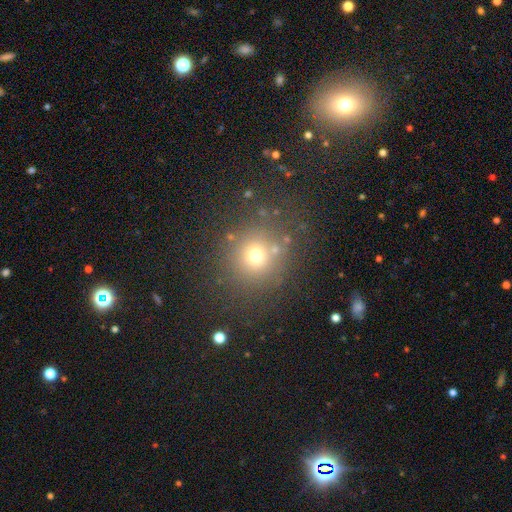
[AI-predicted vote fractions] smooth_or_featured: smooth (p=0.68) [alt: star or artifact p=0.22]
how_rounded: round (p=0.89) [alt: in between p=0.10]
merging: none (p=0.80) [alt: minor disturbance p=0.10]